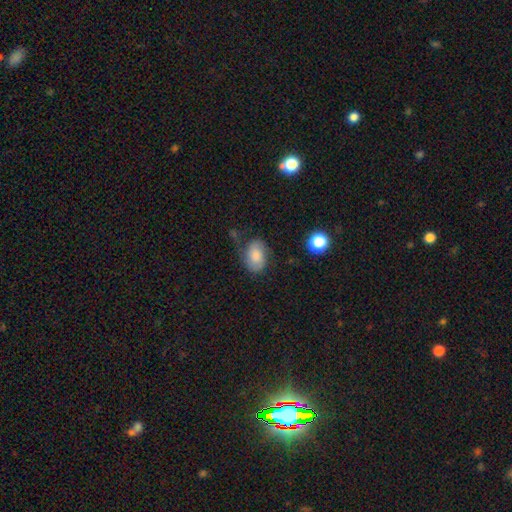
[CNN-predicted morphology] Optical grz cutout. It shows a smooth galaxy with no disk features (68%) that is in between round and cigar-shaped (82%). Merging: none (56%).